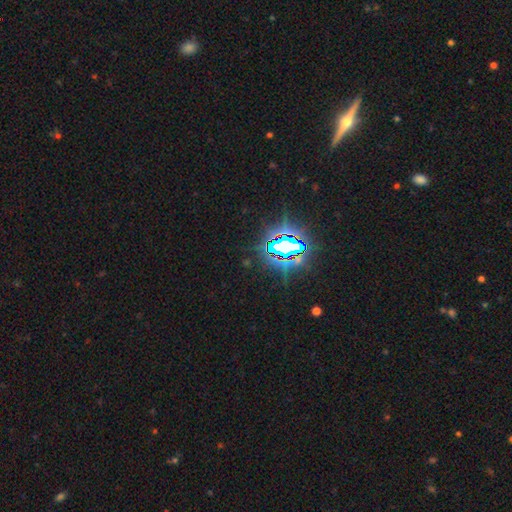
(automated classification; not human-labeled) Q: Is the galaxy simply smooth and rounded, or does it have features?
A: star or artifact — 79%.